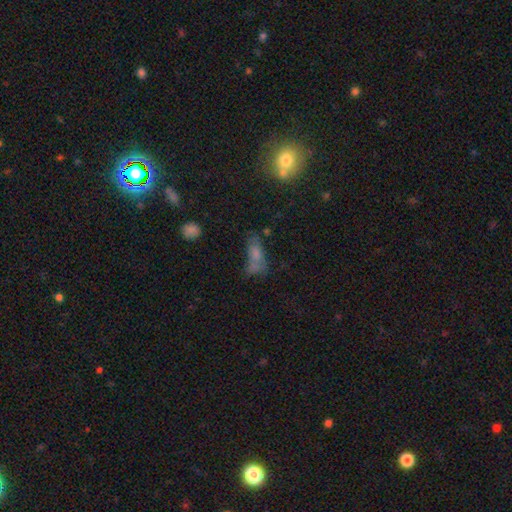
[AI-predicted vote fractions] smooth_or_featured: smooth (p=0.59) [alt: featured or disk p=0.21]
how_rounded: in between (p=0.70) [alt: cigar-shaped p=0.23]
merging: none (p=0.37) [alt: merger p=0.28]